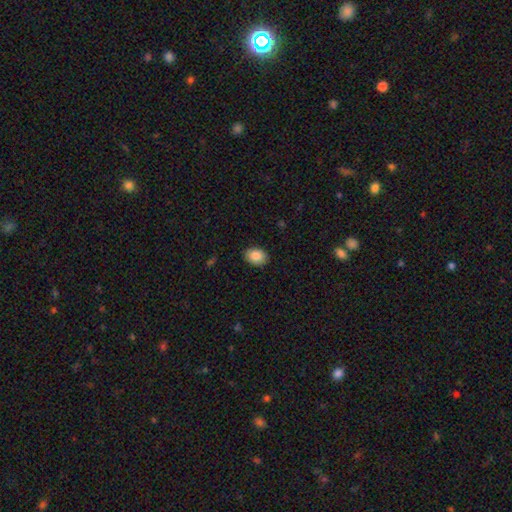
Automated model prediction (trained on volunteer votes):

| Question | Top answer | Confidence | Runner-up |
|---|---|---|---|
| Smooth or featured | smooth | 87% | star or artifact (8%) |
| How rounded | in between | 73% | round (26%) |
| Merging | none | 89% | minor disturbance (8%) |